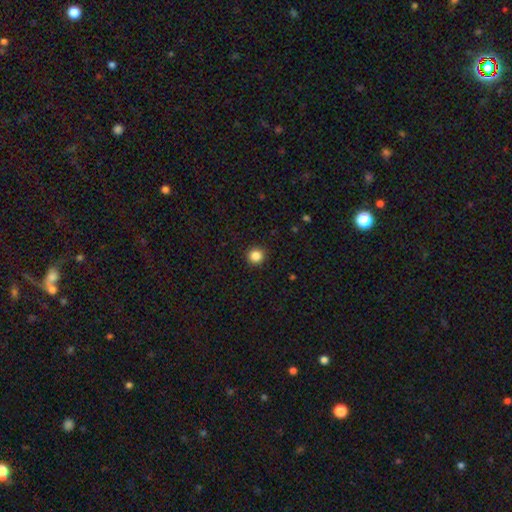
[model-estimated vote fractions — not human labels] This is clearly a smooth galaxy (86%). How rounded: clearly round (94%). Merging: clearly none (92%).